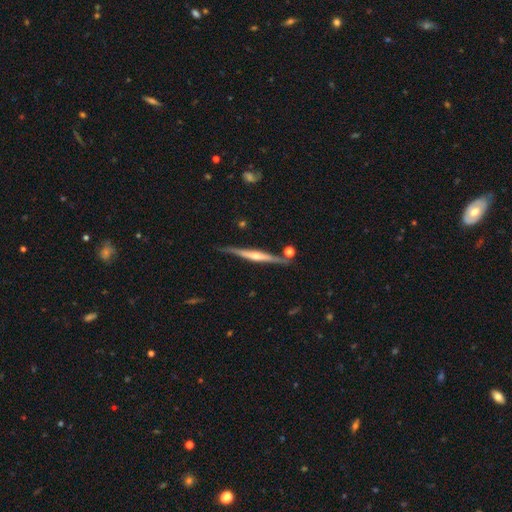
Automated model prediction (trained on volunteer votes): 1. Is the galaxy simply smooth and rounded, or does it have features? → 80% featured or disk, 14% smooth, 6% star or artifact.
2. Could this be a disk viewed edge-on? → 98% yes, 2% no.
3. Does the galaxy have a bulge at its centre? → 75% rounded, 14% none, 11% boxy.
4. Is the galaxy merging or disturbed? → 83% none, 11% minor disturbance, 3% merger, 2% major disturbance.